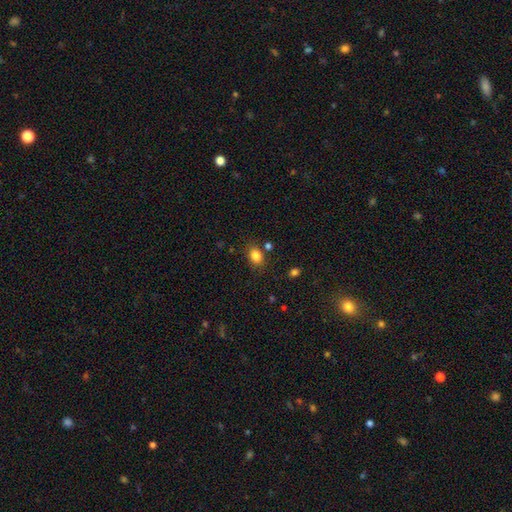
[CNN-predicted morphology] Q: Smooth or featured?
A: smooth (84%); runner-up: star or artifact (11%)
Q: How rounded?
A: in between (68%); runner-up: round (31%)
Q: Merging?
A: none (77%); runner-up: minor disturbance (13%)